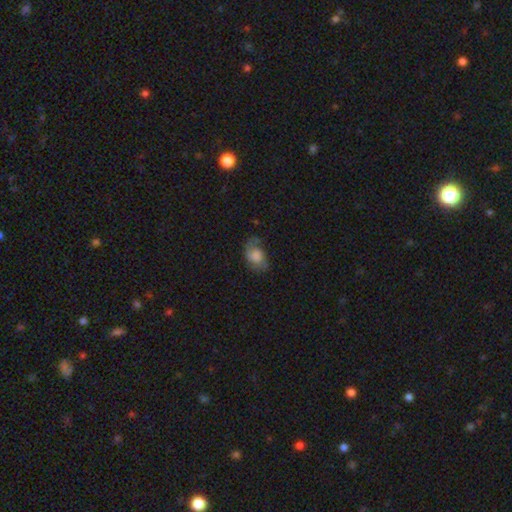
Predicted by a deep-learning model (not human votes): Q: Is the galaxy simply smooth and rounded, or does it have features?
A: smooth — 48%.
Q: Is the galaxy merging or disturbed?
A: none — 52%.